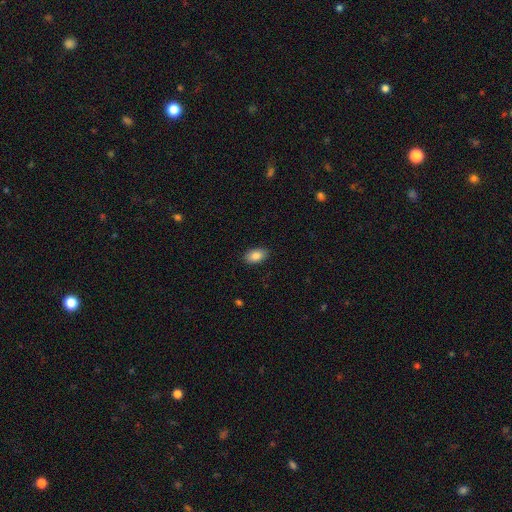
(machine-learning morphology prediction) The model was most divided on "merging": none: 88%, minor disturbance: 9%, major disturbance: 2%, merger: 1%. More confident: how rounded — in between (92%); smooth or featured — smooth (87%).